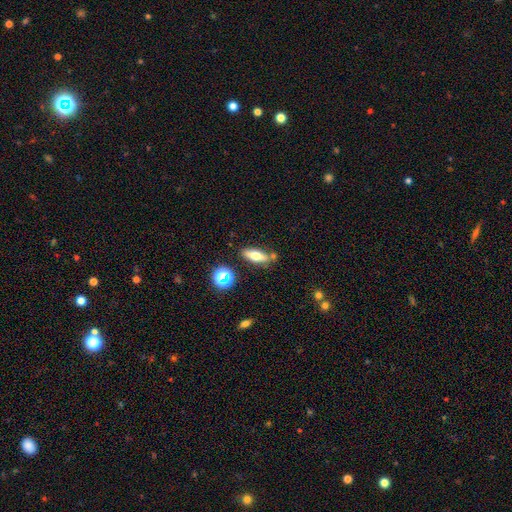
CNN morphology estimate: This is likely a smooth galaxy (61%). How rounded: possibly in between (59%). Merging: likely none (72%).